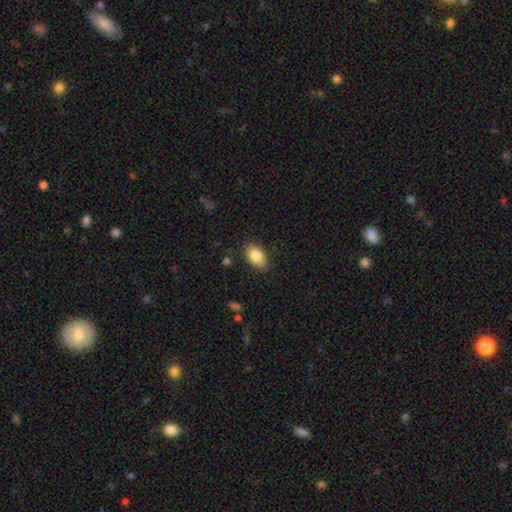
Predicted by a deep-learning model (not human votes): Morphology: type=smooth (85%); roundness=in between (91%); merging=none (84%).